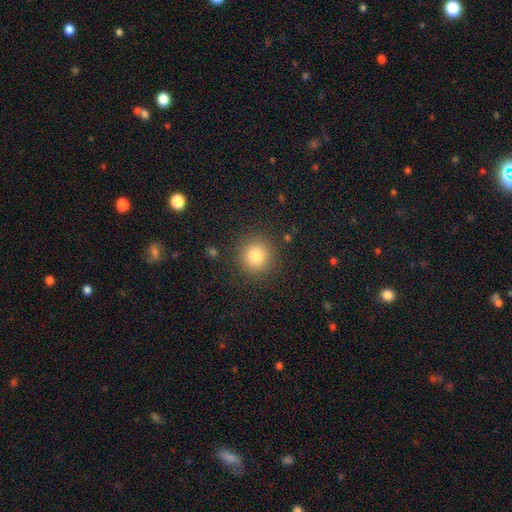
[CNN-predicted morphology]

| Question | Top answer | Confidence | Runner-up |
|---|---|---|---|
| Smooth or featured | smooth | 82% | star or artifact (11%) |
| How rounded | round | 92% | in between (7%) |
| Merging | none | 89% | minor disturbance (7%) |